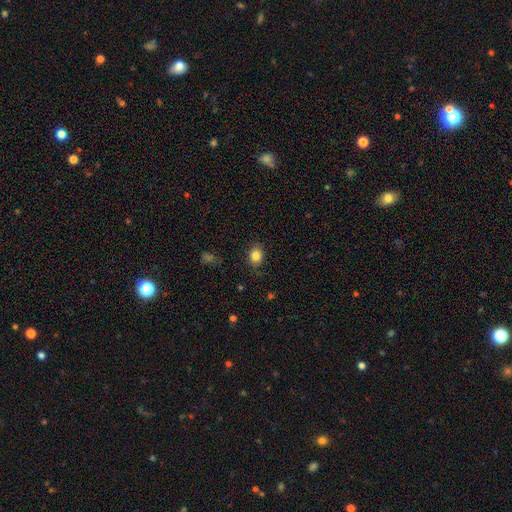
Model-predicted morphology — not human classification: Overall: smooth (83%). How rounded: in between (51%; round 48%). Merging: none (82%).